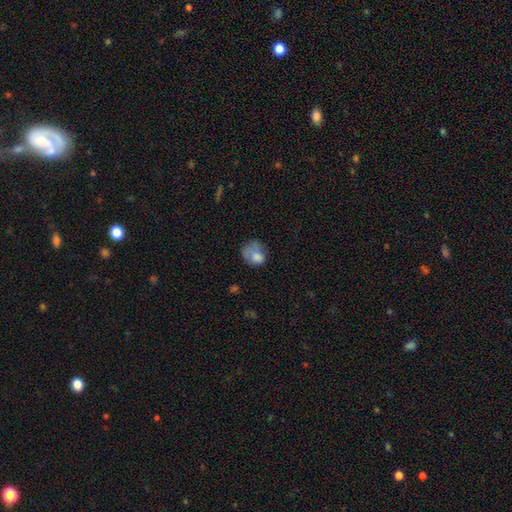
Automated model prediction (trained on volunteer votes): Smooth or featured? smooth (71%)
How rounded? round (53%)
Merging? none (35%)